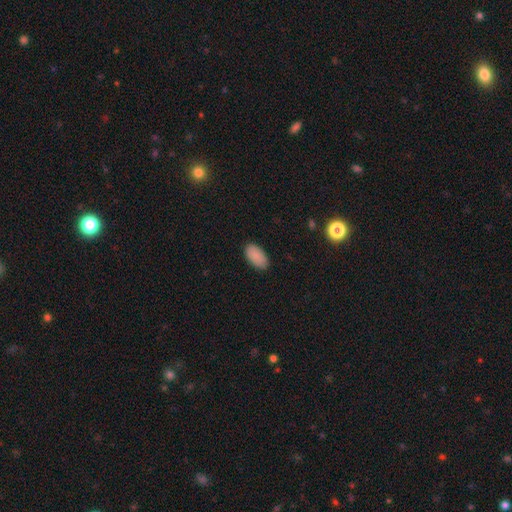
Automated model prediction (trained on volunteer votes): This is clearly a smooth galaxy (89%). How rounded: clearly in between (95%). Merging: clearly none (87%).